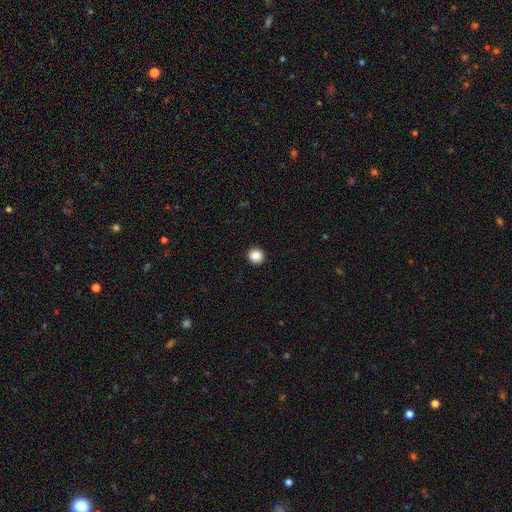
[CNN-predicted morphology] smooth-or-featured: smooth: 88% | star or artifact: 9% | featured or disk: 3%
  how-rounded: round: 94% | in between: 5% | cigar-shaped: 1%
  merging: none: 93% | minor disturbance: 5% | major disturbance: 2% | merger: 1%